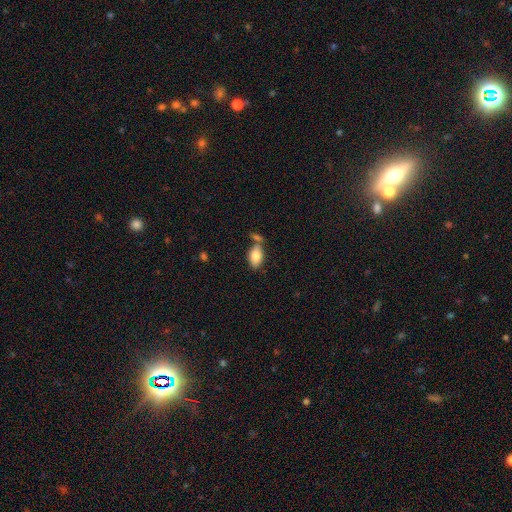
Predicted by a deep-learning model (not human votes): smooth 82%, featured or disk 11%, star or artifact 7%. Down the decision tree: how rounded — in between (93%); merging — none (57%).